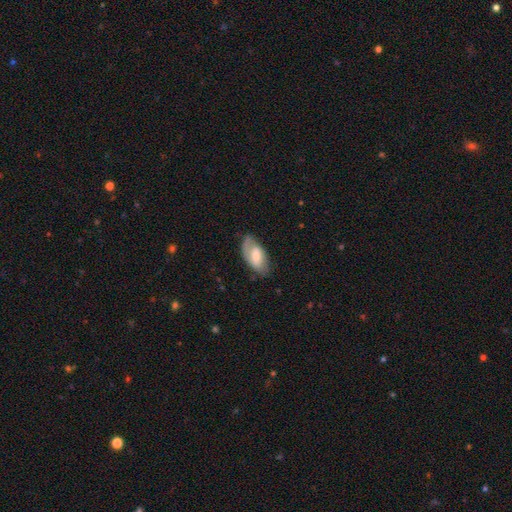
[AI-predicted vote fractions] A smooth galaxy with no disk features (50%). Merging: none (65%).